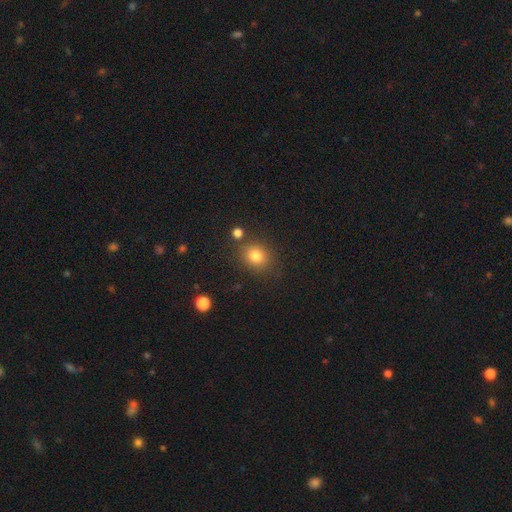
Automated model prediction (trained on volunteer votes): Smooth or featured?
  - smooth: 79% *
  - star or artifact: 13%
  - featured or disk: 7%
How rounded?
  - round: 71% *
  - in between: 28%
  - cigar-shaped: 1%
Merging?
  - none: 80% *
  - minor disturbance: 11%
  - merger: 6%
  - major disturbance: 4%